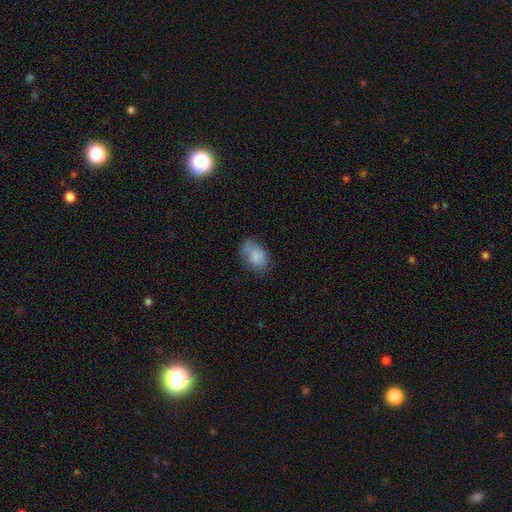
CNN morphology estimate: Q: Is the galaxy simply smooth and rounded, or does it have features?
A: smooth — 80%.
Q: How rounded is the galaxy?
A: in between — 83%.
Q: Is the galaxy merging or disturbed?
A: none — 55%.